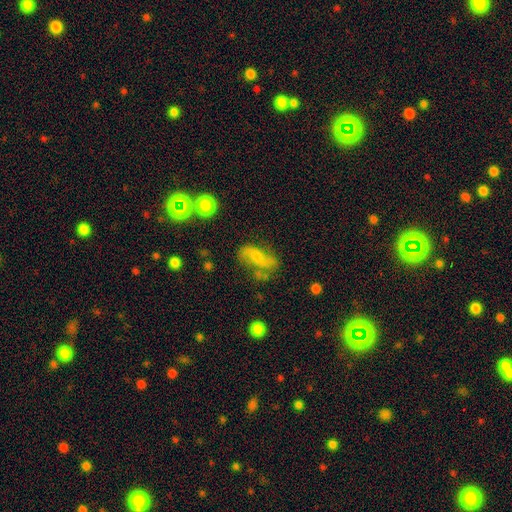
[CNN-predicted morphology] smooth-or-featured: featured or disk: 60% | smooth: 24% | star or artifact: 16%
  disk-edge-on: no: 93% | yes: 7%
    bar: no: 51% | weak: 36% | strong: 13%
    has-spiral-arms: yes: 85% | no: 15%
    bulge-size: small: 51% | moderate: 34% | none: 10% | large: 4% | dominant: 1%
  merging: none: 57% | minor disturbance: 23% | major disturbance: 16% | merger: 4%